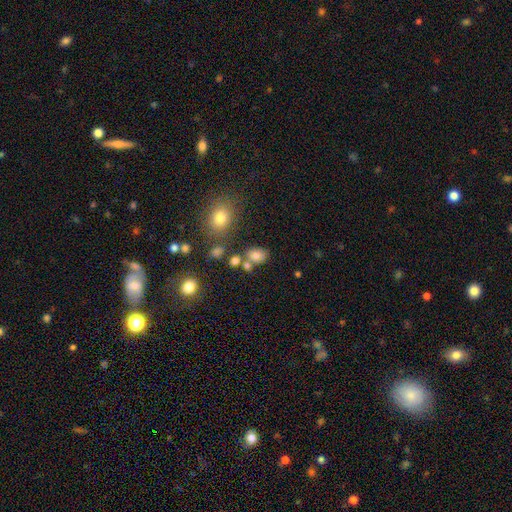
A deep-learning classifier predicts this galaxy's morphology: The model was most divided on "how rounded": in between: 65%, round: 33%, cigar-shaped: 1%. More confident: smooth or featured — smooth (75%); merging — none (60%).